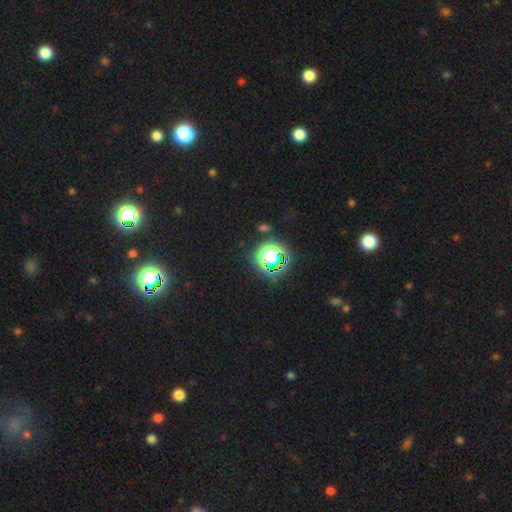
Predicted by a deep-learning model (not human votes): A star or artifact, not a galaxy (80%).